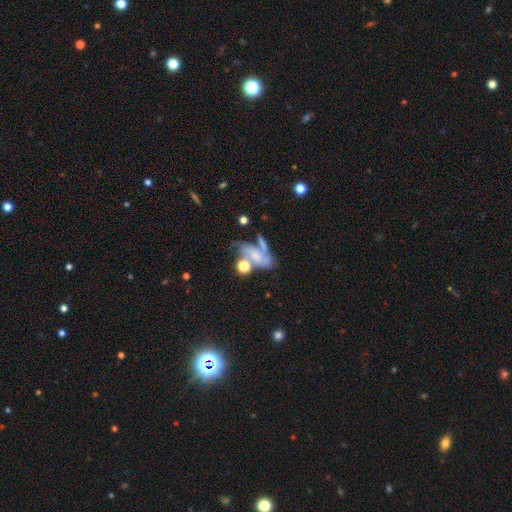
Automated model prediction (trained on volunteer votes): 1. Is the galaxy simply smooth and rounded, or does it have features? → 48% featured or disk, 41% smooth, 11% star or artifact.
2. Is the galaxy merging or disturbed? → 35% merger, 25% none, 23% major disturbance, 17% minor disturbance.